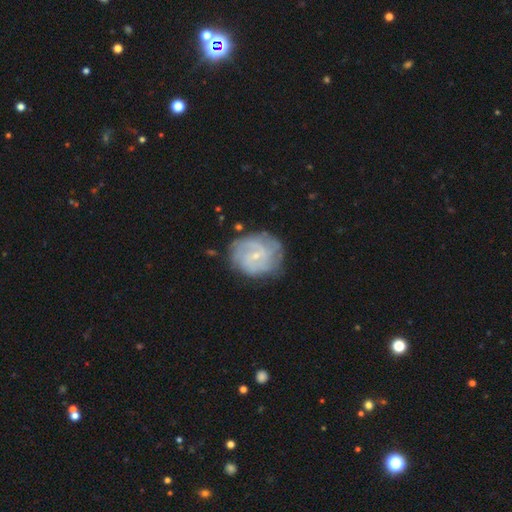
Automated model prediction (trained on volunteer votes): The model was most divided on "bar" (2-way tie): weak: 46%, no: 46%, strong: 8%. Remaining: edge-on disk — no (98%); spiral arms — yes (86%); bulge size — small (77%); smooth or featured — featured or disk (73%); merging — none (72%); spiral winding — tight (54%); spiral arm count — can't tell (42%).